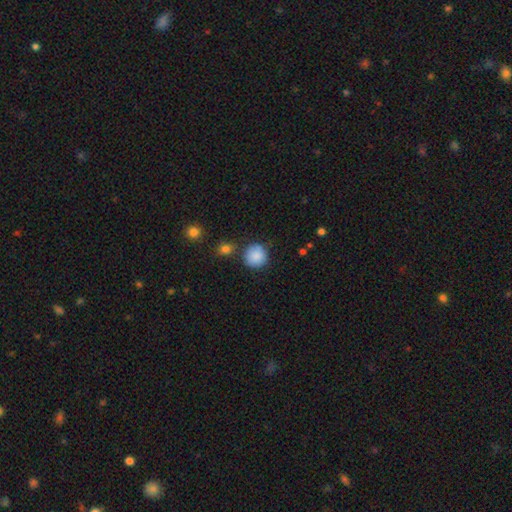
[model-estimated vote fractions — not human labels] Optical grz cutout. It shows a smooth galaxy with no disk features (87%) that is round (93%). Merging: none (80%).